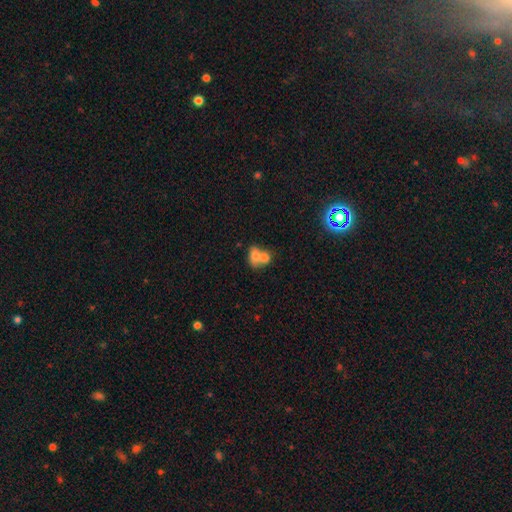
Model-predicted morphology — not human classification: smooth 70%, featured or disk 21%, star or artifact 9%. Down the decision tree: how rounded — in between (60%); merging — merger (72%).